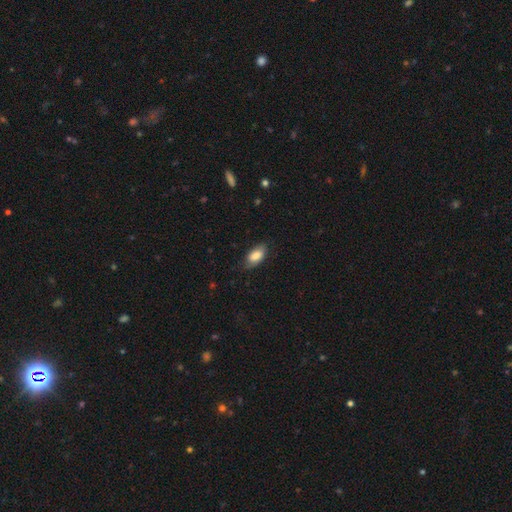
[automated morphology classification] Smooth or featured?
  - smooth: 80% *
  - featured or disk: 14%
  - star or artifact: 6%
How rounded?
  - in between: 90% *
  - cigar-shaped: 6%
  - round: 4%
Merging?
  - none: 73% *
  - minor disturbance: 21%
  - major disturbance: 5%
  - merger: 1%